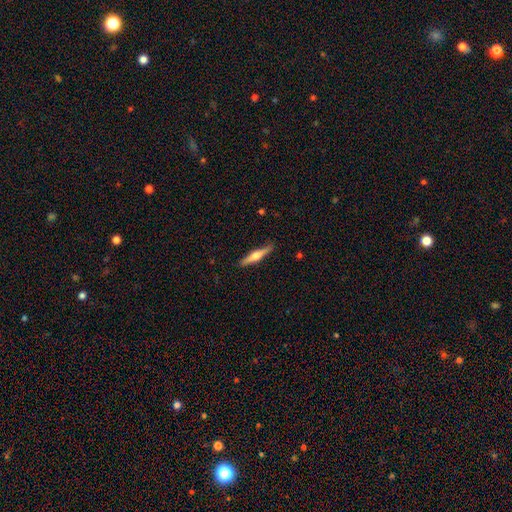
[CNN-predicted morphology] Q: Smooth or featured?
A: featured or disk (58%); runner-up: smooth (37%)
Q: Edge-on disk?
A: yes (97%); runner-up: no (3%)
Q: Edge-on bulge?
A: rounded (90%); runner-up: none (5%)
Q: Merging?
A: none (89%); runner-up: minor disturbance (8%)